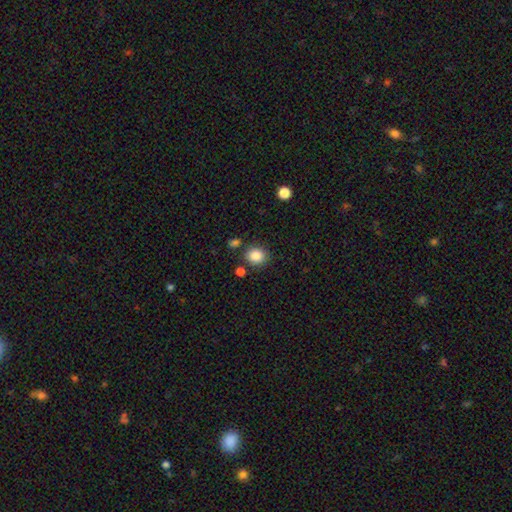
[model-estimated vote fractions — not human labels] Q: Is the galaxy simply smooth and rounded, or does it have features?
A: smooth — 86%.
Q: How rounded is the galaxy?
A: round — 77%.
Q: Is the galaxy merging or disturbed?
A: none — 80%.